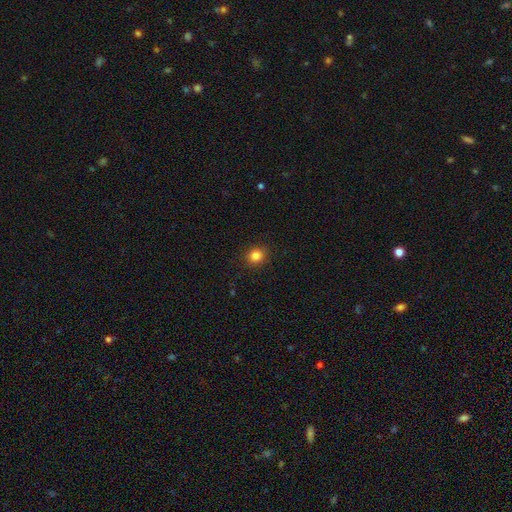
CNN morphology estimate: type=smooth (84%); roundness=round (81%); merging=none (91%).